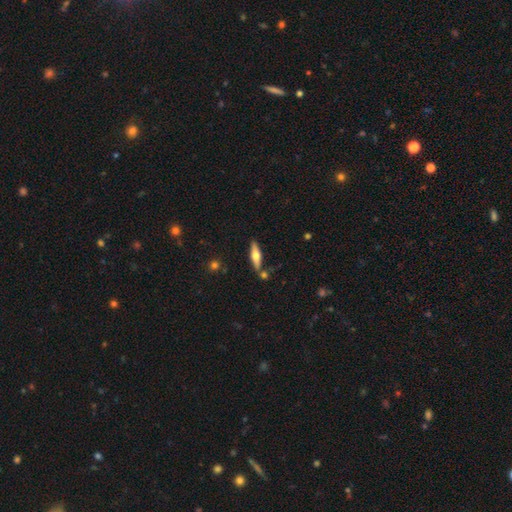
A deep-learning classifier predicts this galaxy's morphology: Smooth or featured: featured or disk — 53% (smooth — 41%)
Edge-on disk: yes — 93% (no — 7%)
Merging: none — 80% (minor disturbance — 10%)